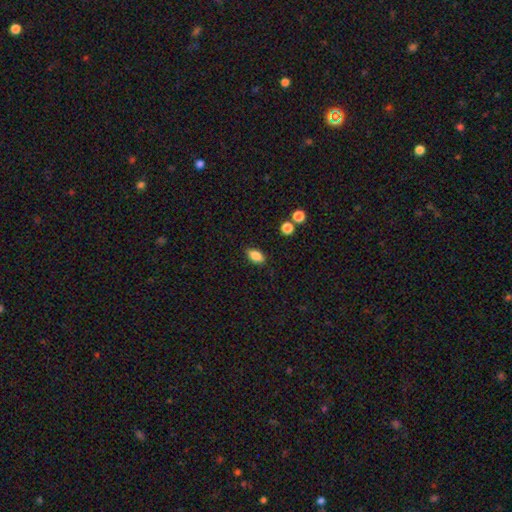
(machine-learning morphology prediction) Smooth or featured? Predicted: smooth (p=0.85). How rounded? Predicted: in between (p=0.88). Merging? Predicted: none (p=0.84).